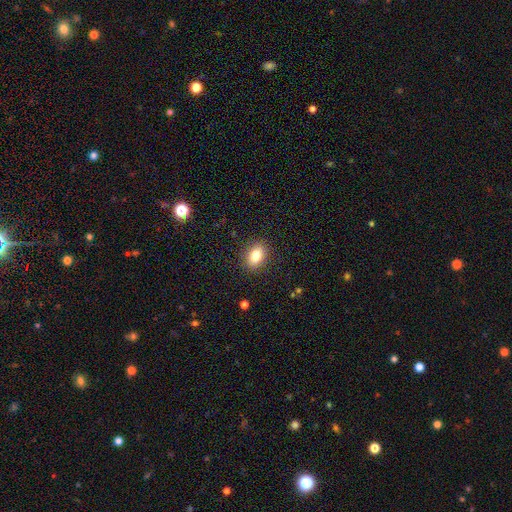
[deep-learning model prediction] This is clearly a smooth galaxy (81%). How rounded: likely in between (78%). Merging: clearly none (88%).